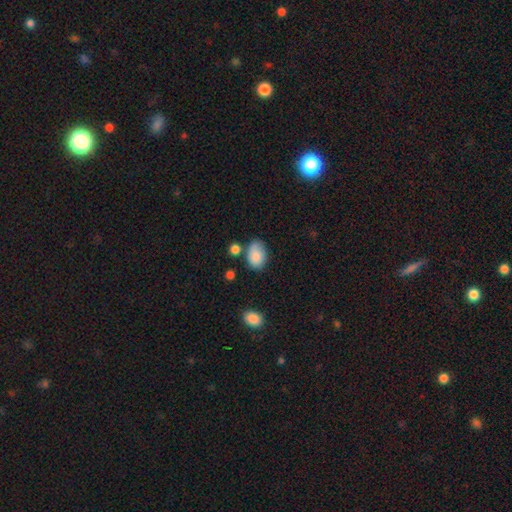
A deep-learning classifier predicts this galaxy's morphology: This is clearly a smooth galaxy (84%). How rounded: clearly in between (83%). Merging: possibly none (57%).